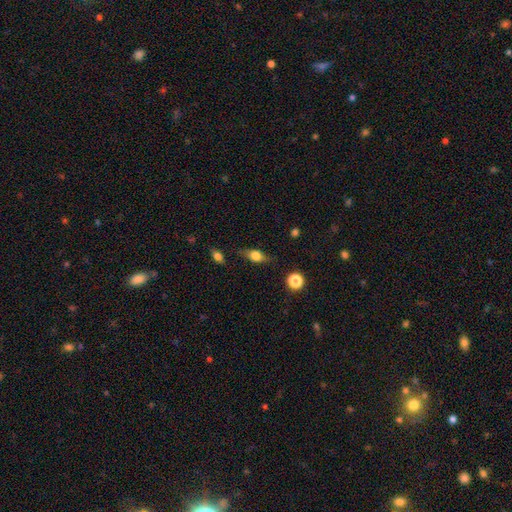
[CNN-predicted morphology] Smooth or featured? Predicted: smooth (p=0.61). How rounded? Predicted: in between (p=0.68). Merging? Predicted: none (p=0.73).